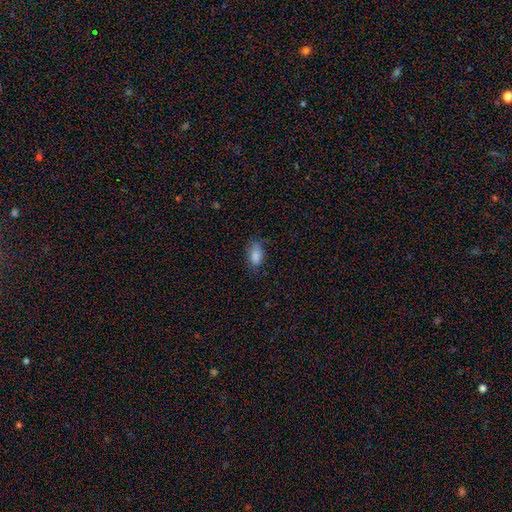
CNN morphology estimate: This appears to be a smooth galaxy with no disk features (84%) that is in between round and cigar-shaped (91%). Merging: none (67%).